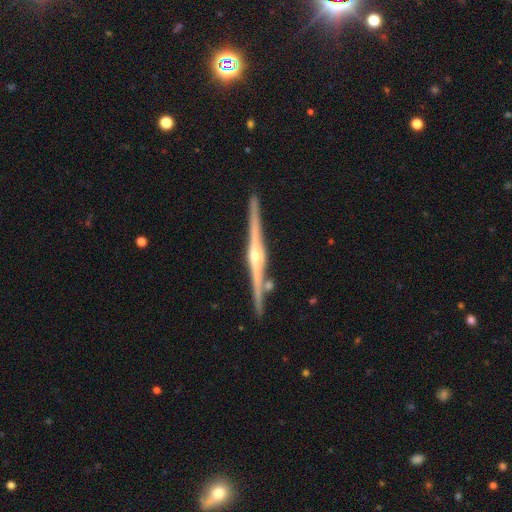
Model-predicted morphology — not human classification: This is clearly a featured or disk galaxy (89%). It is clearly viewed edge-on (99%). Edge-on bulge: clearly rounded (86%). Merging: clearly none (89%).